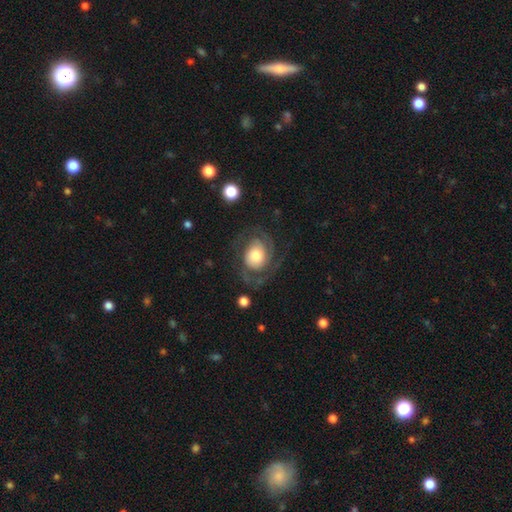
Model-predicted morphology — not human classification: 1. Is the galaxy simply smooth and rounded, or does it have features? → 77% featured or disk, 16% smooth, 6% star or artifact.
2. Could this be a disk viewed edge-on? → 98% no, 2% yes.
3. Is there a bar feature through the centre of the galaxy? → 75% no, 21% weak, 5% strong.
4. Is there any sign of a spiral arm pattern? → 94% yes, 6% no.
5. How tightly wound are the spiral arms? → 43% medium, 41% tight, 16% loose.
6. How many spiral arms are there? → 61% 2, 13% 3, 12% can't tell, 6% 1, 4% 4, 4% more than 4.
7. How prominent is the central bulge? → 43% moderate, 35% large, 13% small, 6% dominant, 2% none.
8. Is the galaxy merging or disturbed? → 65% none, 17% major disturbance, 16% minor disturbance, 2% merger.